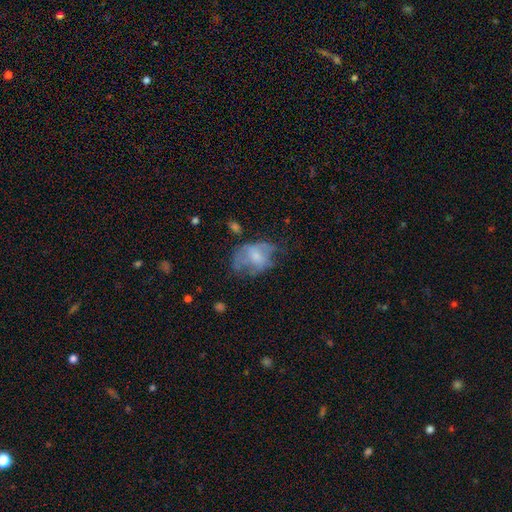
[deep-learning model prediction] Overall: smooth (46%; featured or disk 45%). Merging: major disturbance (35%; none 32%).